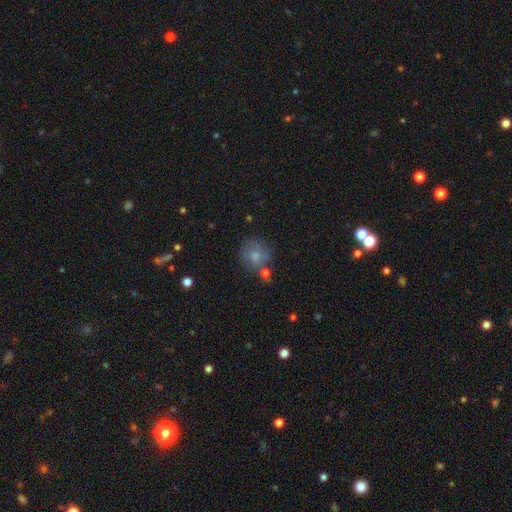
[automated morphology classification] A smooth galaxy with no disk features (75%) that is round (80%).

Vote fractions:
- Smooth or featured? smooth: 75% / featured or disk: 15% / star or artifact: 10%
- How rounded? round: 80% / in between: 19% / cigar-shaped: 1%
- Merging? none: 56% / minor disturbance: 21% / merger: 14% / major disturbance: 9%